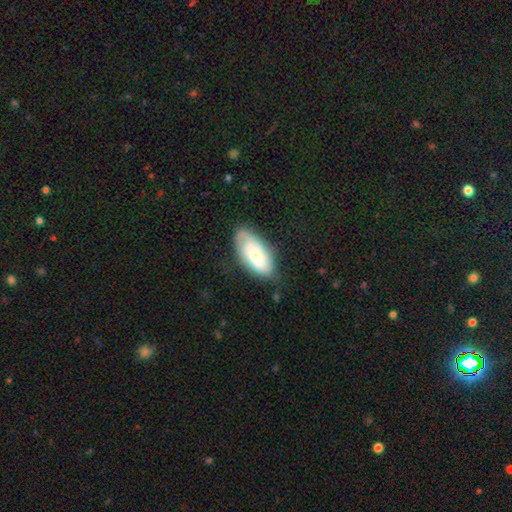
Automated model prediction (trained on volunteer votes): A smooth galaxy with no disk features (60%) that is in between round and cigar-shaped (90%).

Vote fractions:
- Smooth or featured? smooth: 60% / featured or disk: 33% / star or artifact: 7%
- How rounded? in between: 90% / cigar-shaped: 8% / round: 3%
- Merging? none: 62% / minor disturbance: 27% / major disturbance: 9% / merger: 3%